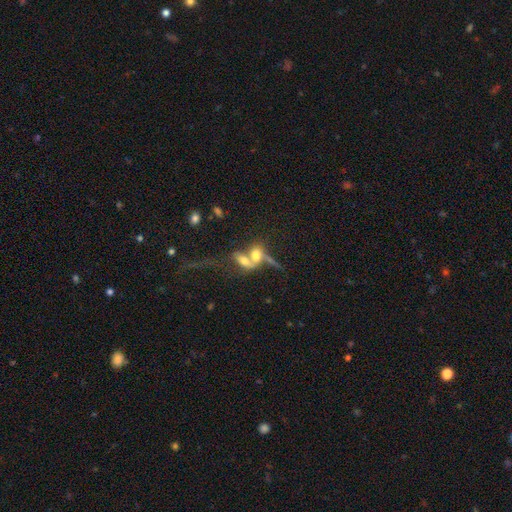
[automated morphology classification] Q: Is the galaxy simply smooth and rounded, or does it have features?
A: smooth — 51%.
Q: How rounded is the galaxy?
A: in between — 64%.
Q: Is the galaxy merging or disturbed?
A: merger — 75%.